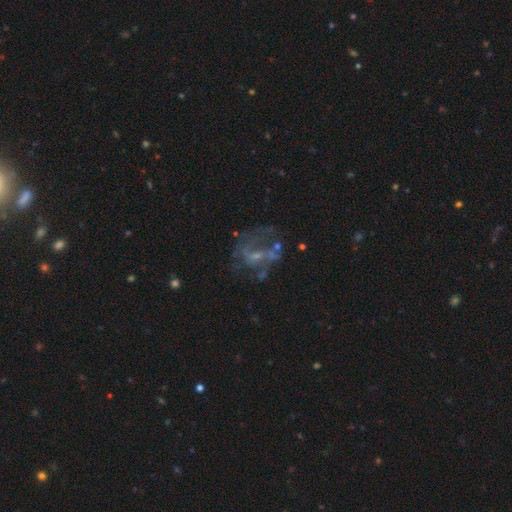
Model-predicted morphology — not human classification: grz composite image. It shows a featured or disk galaxy (67%) with no bar (52%), spiral arms (52%) and a small central bulge (53%). Merging: none (40%).